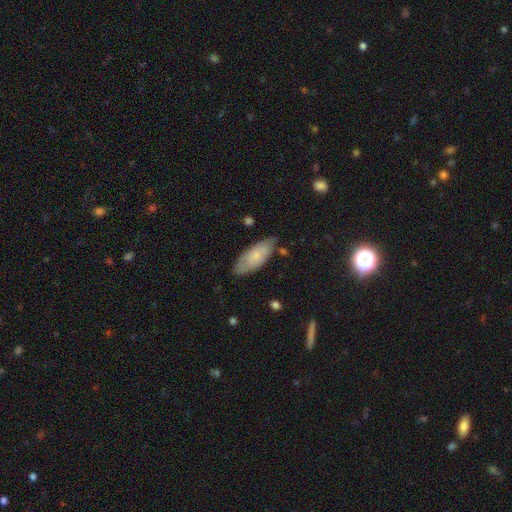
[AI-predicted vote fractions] A smooth galaxy with no disk features (70%) that is in between round and cigar-shaped (82%). Merging: none (71%).